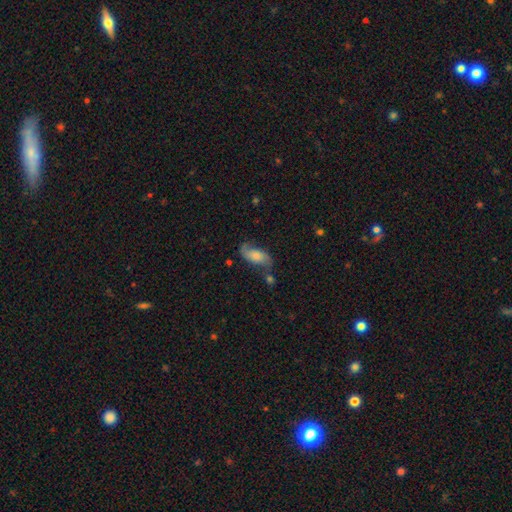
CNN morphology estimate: A featured or disk galaxy (53%). Merging: none (56%).